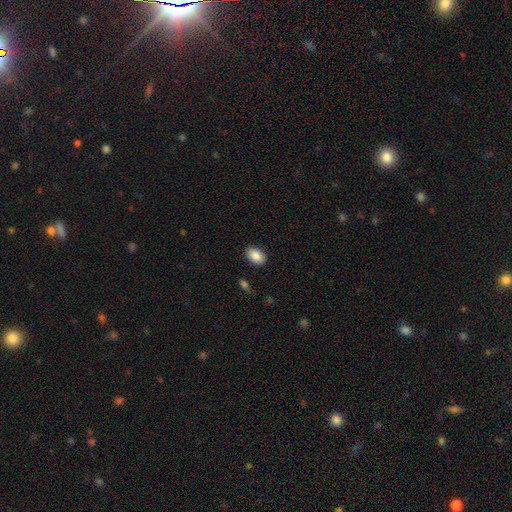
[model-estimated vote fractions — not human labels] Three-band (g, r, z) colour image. It shows a smooth galaxy with no disk features (88%) that is in between round and cigar-shaped (86%). Merging: none (88%).